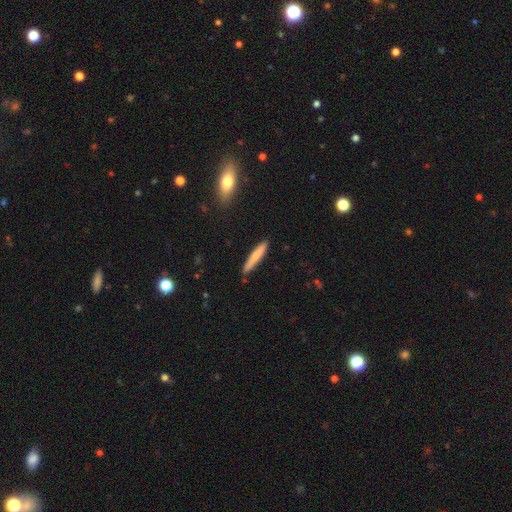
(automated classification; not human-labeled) This appears to be a smooth galaxy with no disk features (74%) that is cigar-shaped (93%). Merging: none (87%).